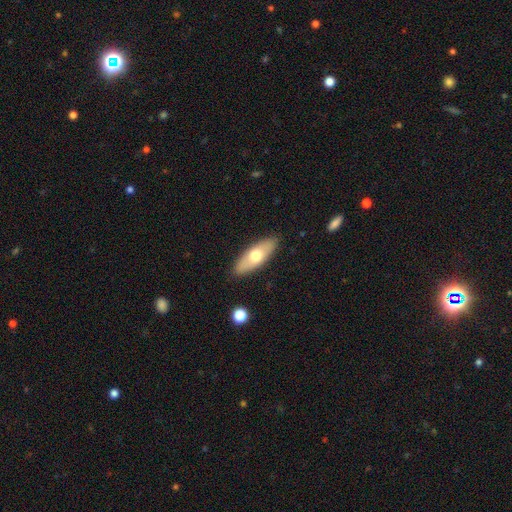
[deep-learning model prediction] A smooth galaxy with no disk features (62%) that is in between round and cigar-shaped (69%). Merging: none (88%).